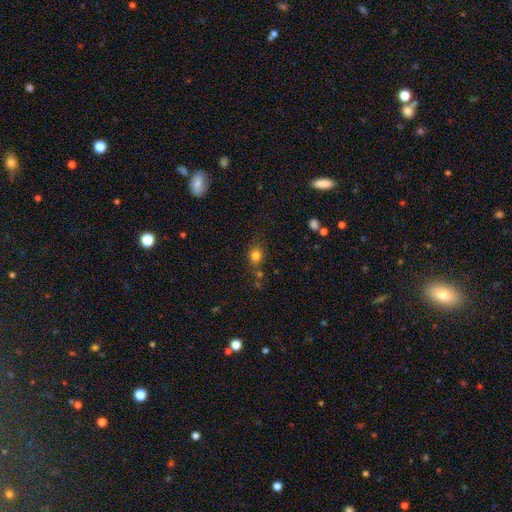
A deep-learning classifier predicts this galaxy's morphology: Q: Smooth or featured?
A: smooth (80%); runner-up: star or artifact (13%)
Q: How rounded?
A: round (67%); runner-up: in between (32%)
Q: Merging?
A: none (70%); runner-up: minor disturbance (16%)